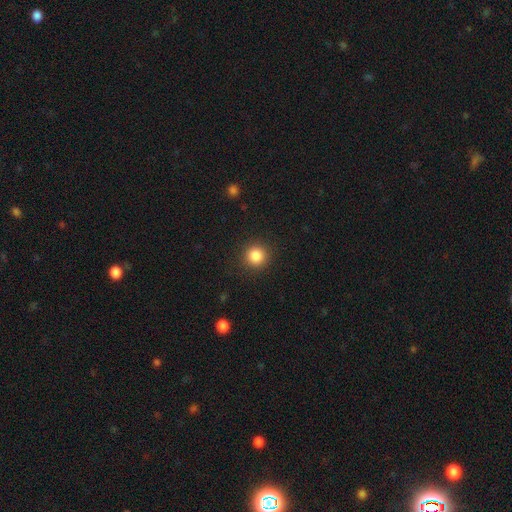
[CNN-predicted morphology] A smooth galaxy with no disk features (85%) that is round (93%). Merging: none (90%).